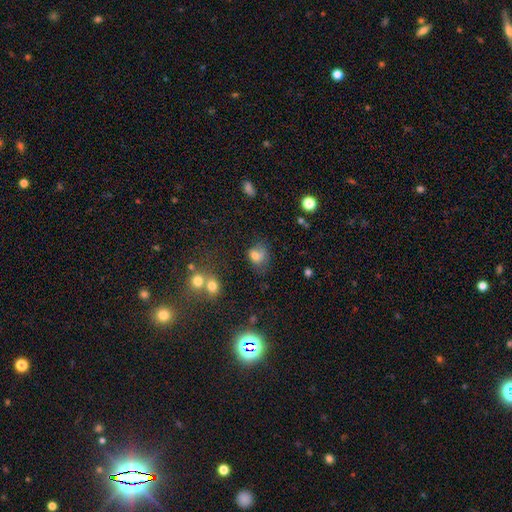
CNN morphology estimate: Smooth or featured: smooth — 71% (star or artifact — 16%)
How rounded: round — 51% (in between — 48%)
Merging: none — 43% (minor disturbance — 26%)